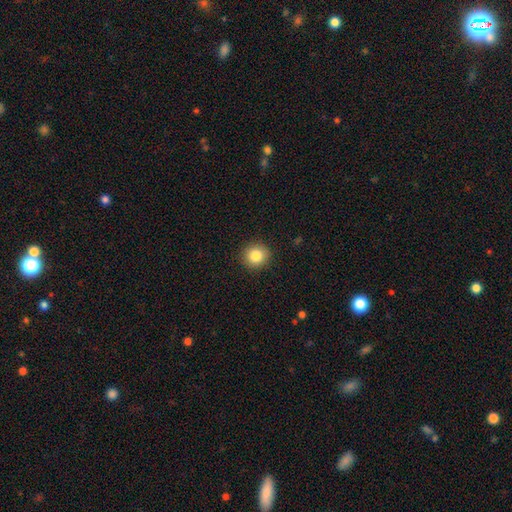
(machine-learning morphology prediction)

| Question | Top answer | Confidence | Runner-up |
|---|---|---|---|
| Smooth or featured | smooth | 84% | star or artifact (10%) |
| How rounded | round | 91% | in between (8%) |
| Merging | none | 91% | minor disturbance (6%) |